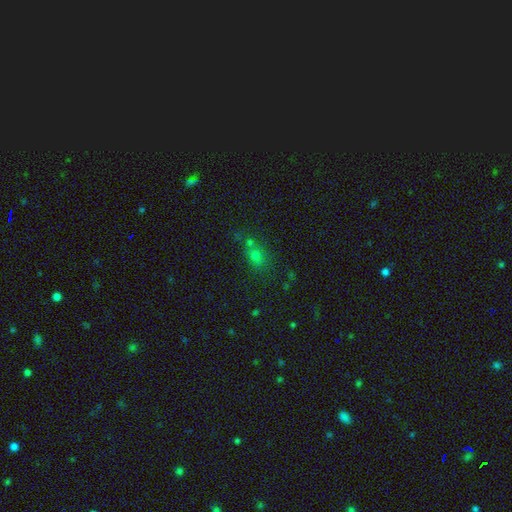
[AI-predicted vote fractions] This is possibly a smooth galaxy (59%). How rounded: possibly round (56%). Merging: possibly none (54%).